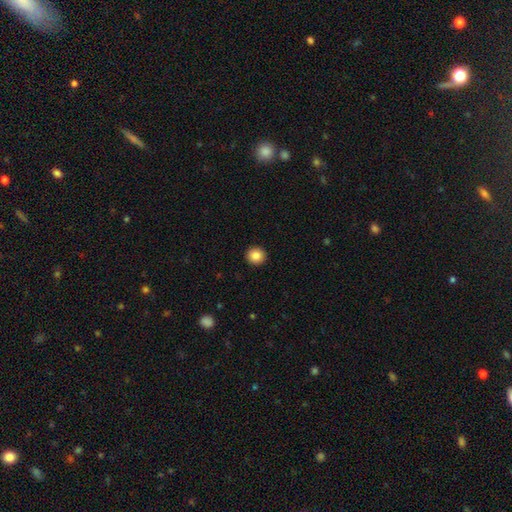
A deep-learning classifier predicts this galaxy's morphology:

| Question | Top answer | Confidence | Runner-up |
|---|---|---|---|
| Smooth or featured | smooth | 86% | star or artifact (9%) |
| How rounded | round | 91% | in between (8%) |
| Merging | none | 93% | minor disturbance (4%) |